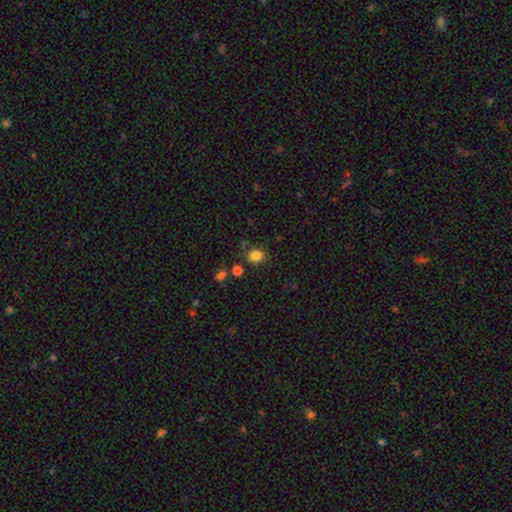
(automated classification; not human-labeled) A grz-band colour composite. It shows a smooth galaxy with no disk features (83%) that is round (67%). Merging: none (78%).